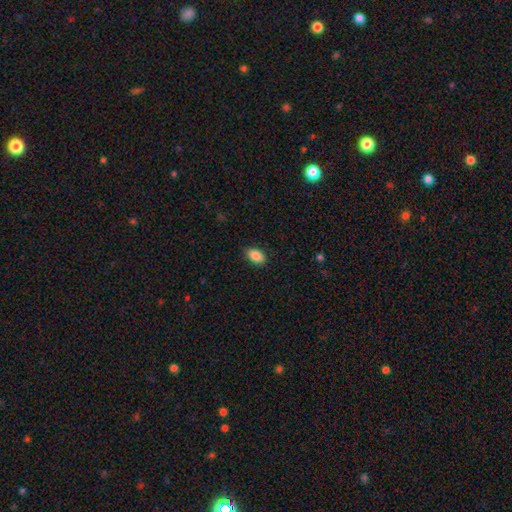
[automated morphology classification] Smooth or featured? Predicted: smooth (p=0.87). How rounded? Predicted: in between (p=0.89). Merging? Predicted: none (p=0.86).